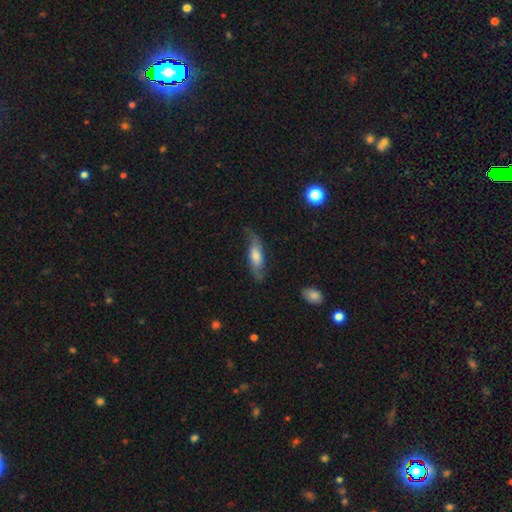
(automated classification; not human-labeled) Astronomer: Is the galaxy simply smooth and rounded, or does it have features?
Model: featured or disk — 53% (runner-up: smooth, 39%).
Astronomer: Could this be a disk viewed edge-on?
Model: no — 70%.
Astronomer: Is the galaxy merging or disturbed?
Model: none — 66%.